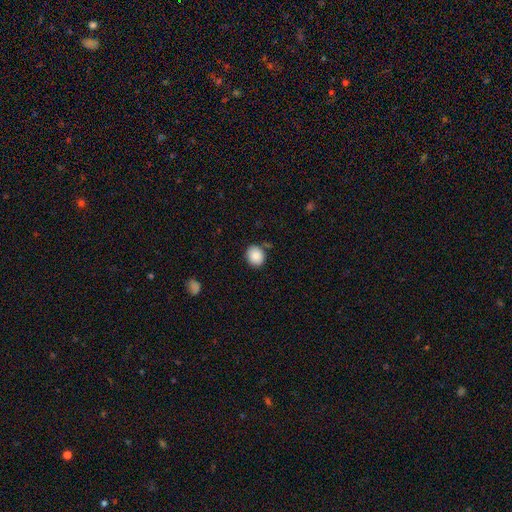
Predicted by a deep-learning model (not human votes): smooth_or_featured: smooth (p=0.88) [alt: star or artifact p=0.08]
how_rounded: round (p=0.72) [alt: in between p=0.27]
merging: none (p=0.84) [alt: minor disturbance p=0.10]